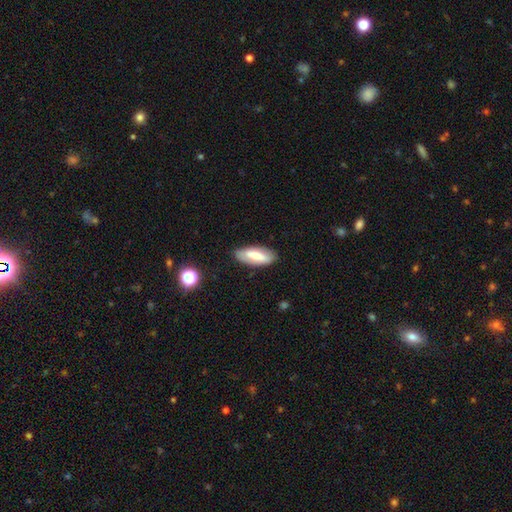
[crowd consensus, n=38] A smooth galaxy with no disk features (55%) that is in between round and cigar-shaped (90%).

Vote fractions:
- Smooth or featured? smooth: 55% / featured or disk: 42% / star or artifact: 3%
- How rounded? in between: 90% / round: 5% / cigar-shaped: 5%
- Merging? none: 73% / minor disturbance: 19% / major disturbance: 5% / merger: 3%